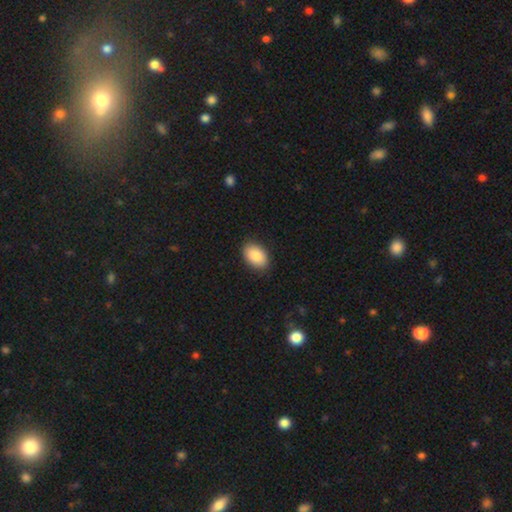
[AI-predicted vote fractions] A smooth galaxy with no disk features (89%) that is in between round and cigar-shaped (90%). Merging: none (88%).